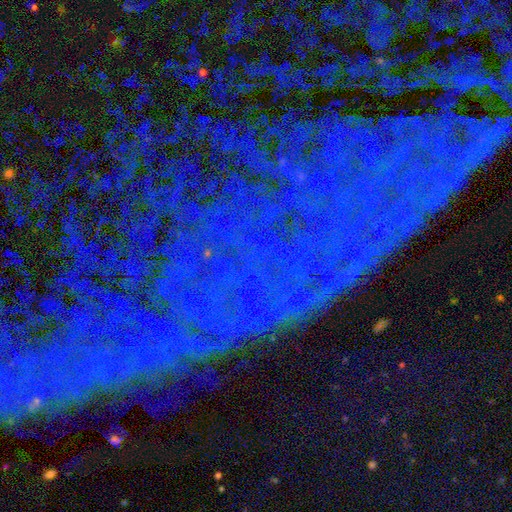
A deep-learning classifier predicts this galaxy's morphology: Overall: star or artifact (84%).